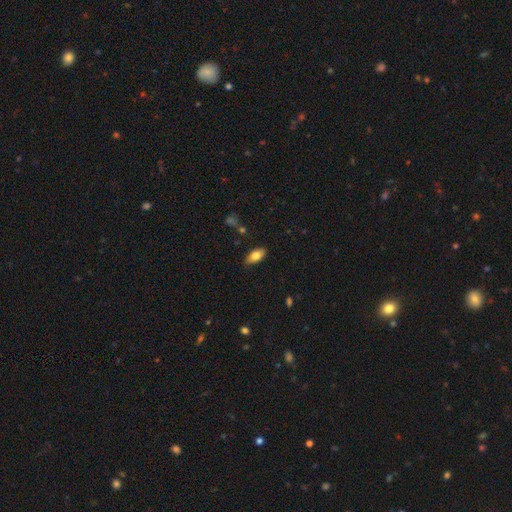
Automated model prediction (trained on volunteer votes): A smooth galaxy with no disk features (78%) that is in between round and cigar-shaped (90%). Merging: none (83%).